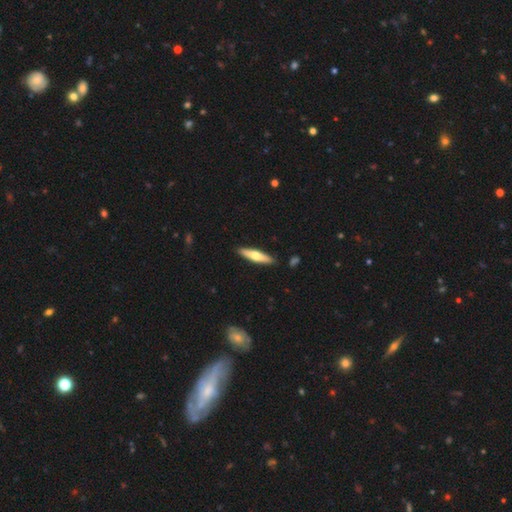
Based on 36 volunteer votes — Smooth or featured: featured or disk — 53% (smooth — 42%)
Edge-on disk: yes — 84% (no — 16%)
Edge-on bulge: rounded — 94% (none — 6%)
Merging: none — 94% (minor disturbance — 6%)